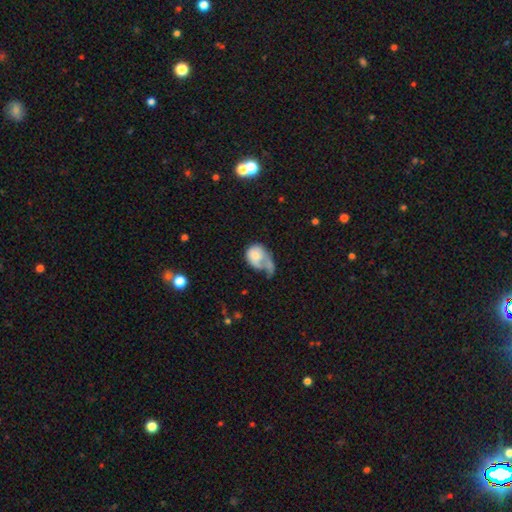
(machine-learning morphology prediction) Q: Smooth or featured?
A: smooth (64%); runner-up: featured or disk (29%)
Q: How rounded?
A: round (52%); runner-up: in between (47%)
Q: Merging?
A: major disturbance (37%); runner-up: merger (30%)